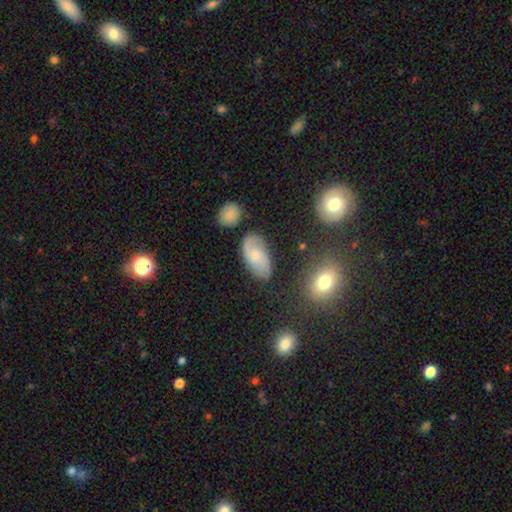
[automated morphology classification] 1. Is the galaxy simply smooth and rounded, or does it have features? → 51% smooth, 40% featured or disk, 9% star or artifact.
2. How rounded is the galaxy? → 92% in between, 5% round, 3% cigar-shaped.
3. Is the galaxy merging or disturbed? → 68% none, 21% minor disturbance, 6% major disturbance, 5% merger.